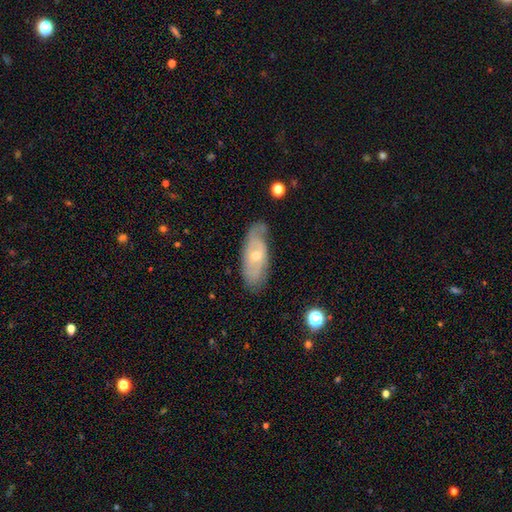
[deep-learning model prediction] Morphology: type=featured or disk (66%); edge-on=no (86%); bar=no (58%); spiral arms=yes (76%); bulge=small (56%); merging=none (71%).